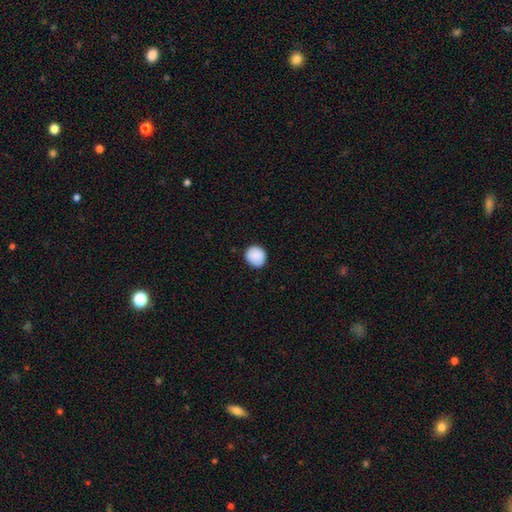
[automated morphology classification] This appears to be a smooth galaxy with no disk features (88%) that is round (84%). Merging: none (87%).